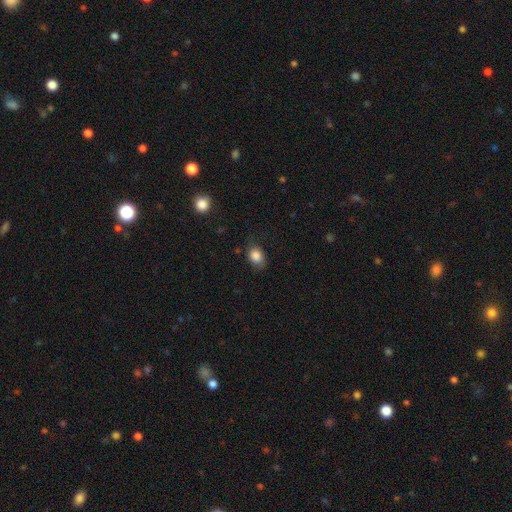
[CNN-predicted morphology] smooth-or-featured: smooth: 85% | star or artifact: 9% | featured or disk: 6%
  how-rounded: in between: 66% | round: 32% | cigar-shaped: 1%
  merging: none: 70% | minor disturbance: 23% | major disturbance: 6% | merger: 1%